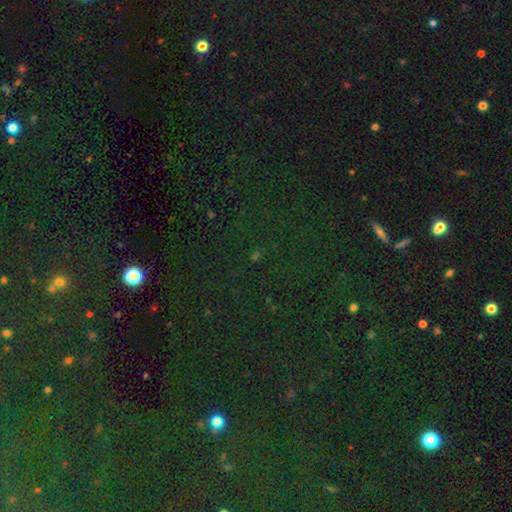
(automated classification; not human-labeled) This appears to be a star or artifact, not a galaxy (68%).